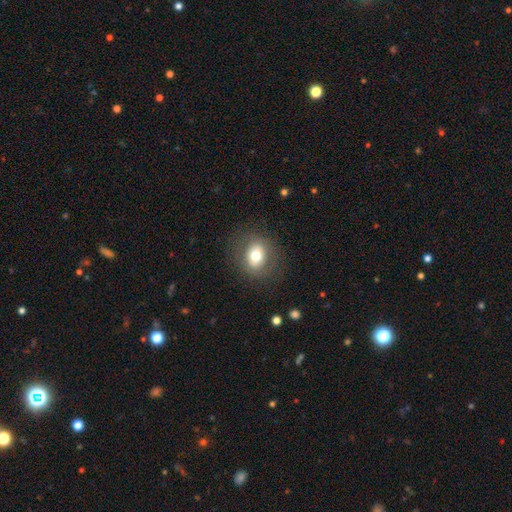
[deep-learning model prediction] Smooth or featured? Predicted: smooth (p=0.70). How rounded? Predicted: round (p=0.60). Merging? Predicted: none (p=0.82).